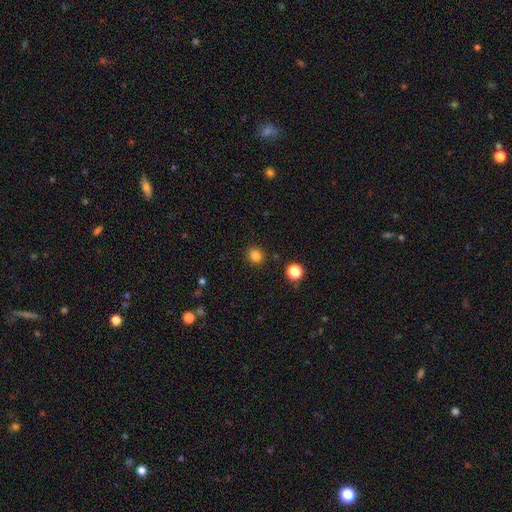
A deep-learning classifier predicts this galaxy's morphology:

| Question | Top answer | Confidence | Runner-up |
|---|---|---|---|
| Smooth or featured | smooth | 82% | star or artifact (13%) |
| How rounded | round | 77% | in between (22%) |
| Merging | none | 89% | minor disturbance (7%) |